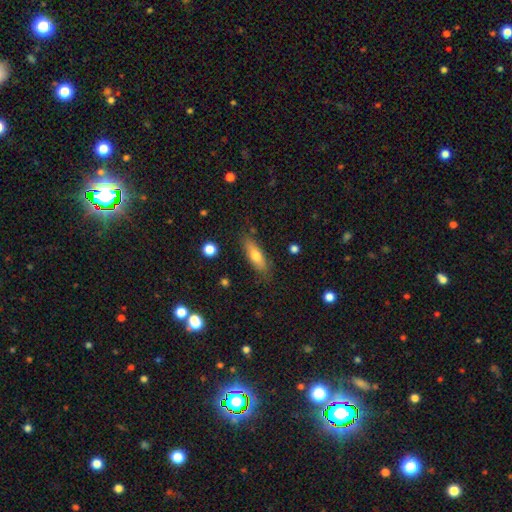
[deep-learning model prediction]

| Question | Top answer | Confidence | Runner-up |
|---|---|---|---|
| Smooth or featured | smooth | 67% | featured or disk (26%) |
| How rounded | in between | 52% | cigar-shaped (45%) |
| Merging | none | 79% | minor disturbance (15%) |